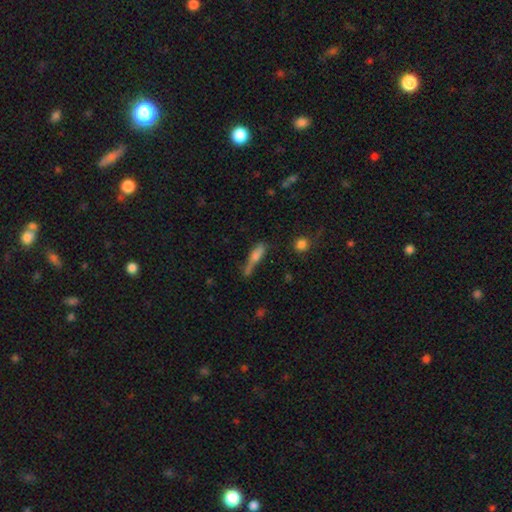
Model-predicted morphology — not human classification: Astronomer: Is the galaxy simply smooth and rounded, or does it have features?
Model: smooth — 65%.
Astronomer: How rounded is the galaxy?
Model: cigar-shaped — 68%.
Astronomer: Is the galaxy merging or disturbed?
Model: none — 43% (runner-up: minor disturbance, 25%).